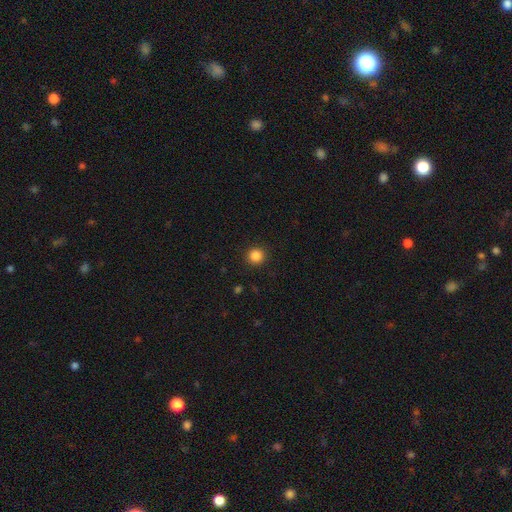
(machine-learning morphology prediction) smooth-or-featured: smooth: 86% | star or artifact: 11% | featured or disk: 3%
  how-rounded: round: 93% | in between: 6% | cigar-shaped: 1%
  merging: none: 92% | minor disturbance: 5% | major disturbance: 2% | merger: 1%